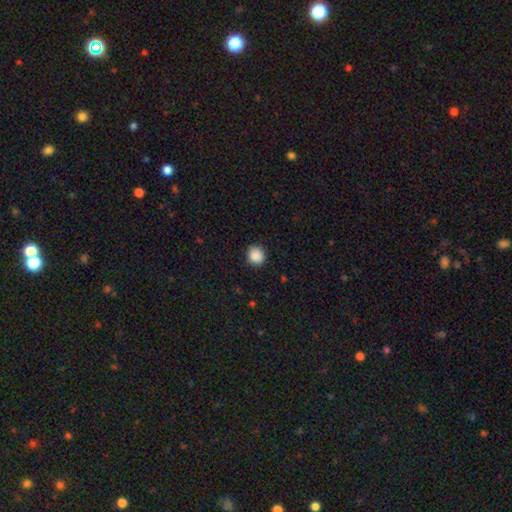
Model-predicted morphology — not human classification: Overall: smooth (88%). How rounded: round (87%). Merging: none (88%).